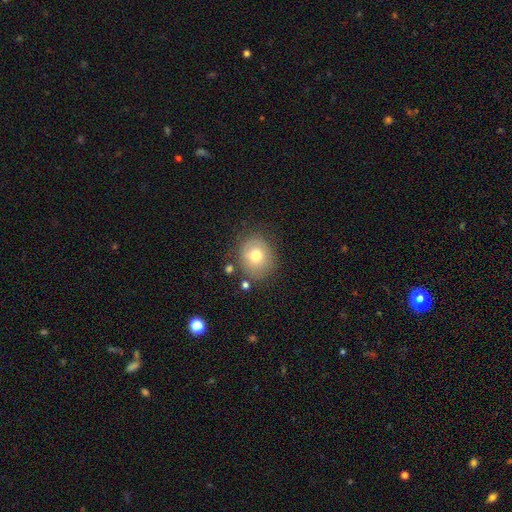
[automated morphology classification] Smooth or featured?
  - smooth: 71% *
  - featured or disk: 19%
  - star or artifact: 10%
How rounded?
  - round: 72% *
  - in between: 27%
  - cigar-shaped: 1%
Merging?
  - none: 76% *
  - minor disturbance: 15%
  - major disturbance: 5%
  - merger: 4%